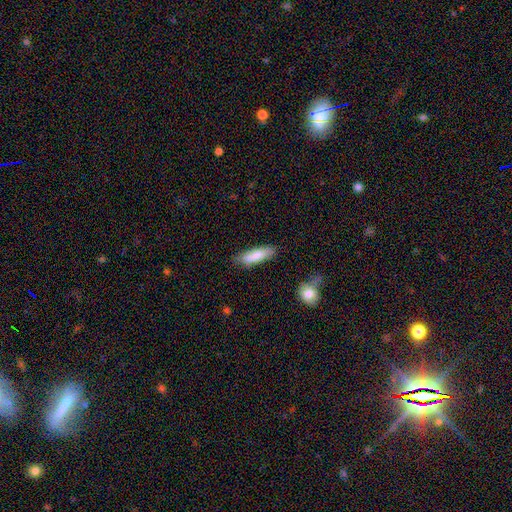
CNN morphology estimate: Smooth or featured: smooth — 79% (featured or disk — 15%)
How rounded: cigar-shaped — 58% (in between — 40%)
Merging: none — 74% (minor disturbance — 19%)